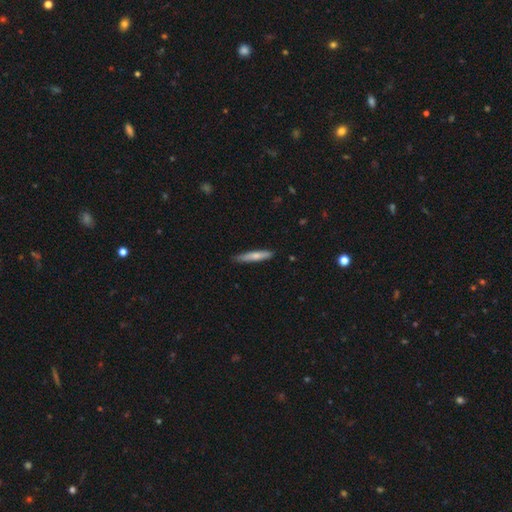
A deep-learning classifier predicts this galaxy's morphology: type=smooth (69%); roundness=cigar-shaped (90%); merging=none (82%).